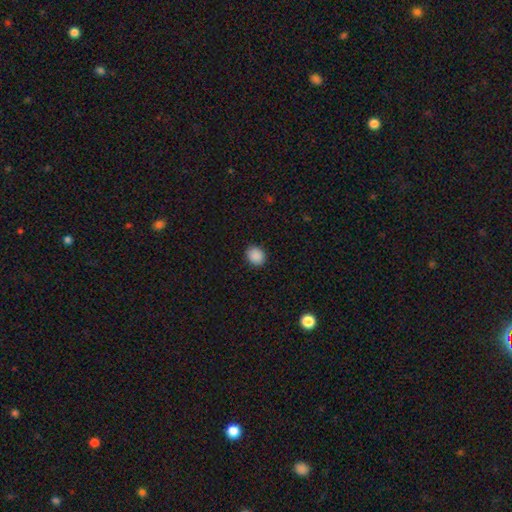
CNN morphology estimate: The model was most divided on "how rounded": round: 69%, in between: 30%, cigar-shaped: 1%. More confident: merging — none (90%); smooth or featured — smooth (89%).